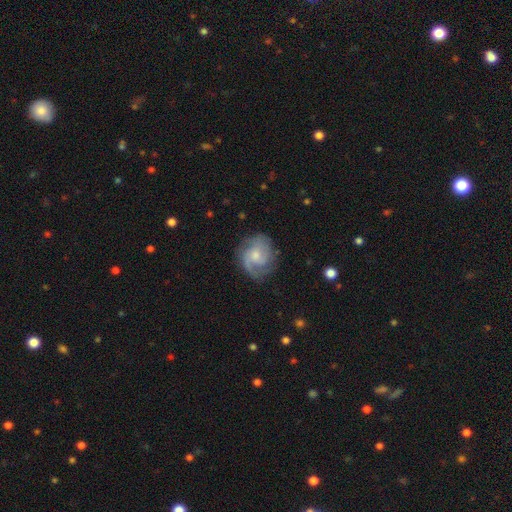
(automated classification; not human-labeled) Smooth or featured?
  - featured or disk: 76% *
  - smooth: 18%
  - star or artifact: 6%
Edge-on disk?
  - no: 98% *
  - yes: 2%
Bar?
  - no: 61% *
  - weak: 35%
  - strong: 4%
Spiral arms?
  - yes: 94% *
  - no: 6%
Spiral winding?
  - medium: 46% *
  - tight: 36%
  - loose: 18%
Spiral arm count?
  - 2: 54% *
  - can't tell: 15%
  - 3: 14%
  - 1: 11%
  - 4: 3%
  - more than 4: 3%
Bulge size?
  - moderate: 45% *
  - small: 43%
  - none: 6%
  - large: 4%
  - dominant: 1%
Merging?
  - none: 71% *
  - minor disturbance: 18%
  - major disturbance: 9%
  - merger: 1%